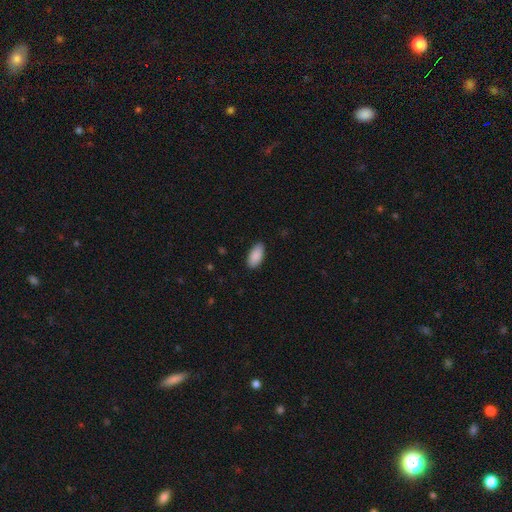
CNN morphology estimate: Smooth or featured? Predicted: smooth (p=0.90). How rounded? Predicted: in between (p=0.94). Merging? Predicted: none (p=0.87).